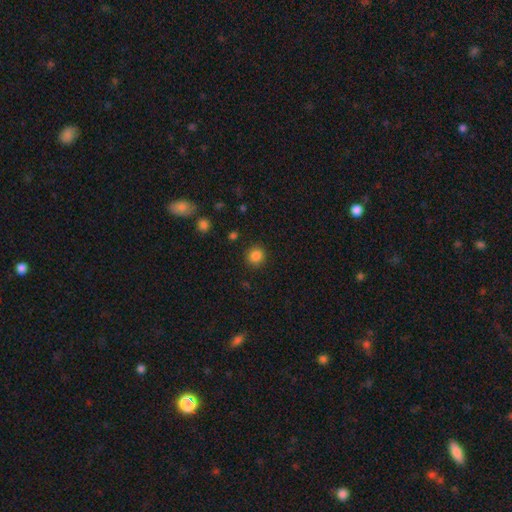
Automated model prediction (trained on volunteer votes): A smooth galaxy with no disk features (85%) that is round (92%). Merging: none (90%).